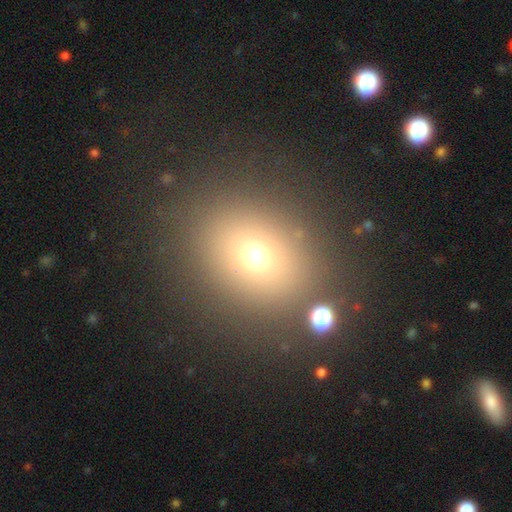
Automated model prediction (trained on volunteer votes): Smooth or featured? smooth (68%)
How rounded? round (59%)
Merging? none (83%)